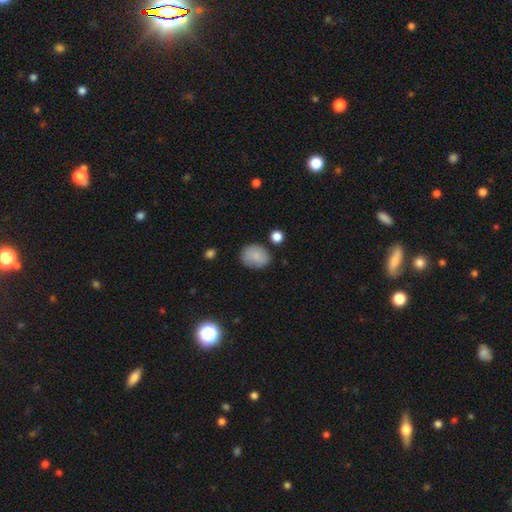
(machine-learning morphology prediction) Smooth or featured? smooth (84%)
How rounded? in between (50%)
Merging? none (77%)